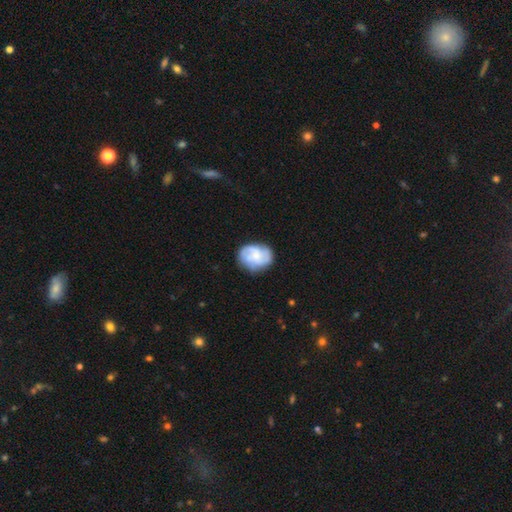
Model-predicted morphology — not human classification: Q: Smooth or featured?
A: featured or disk (56%); runner-up: smooth (37%)
Q: Edge-on disk?
A: no (98%); runner-up: yes (2%)
Q: Bar?
A: no (74%); runner-up: weak (23%)
Q: Spiral arms?
A: yes (82%); runner-up: no (18%)
Q: Bulge size?
A: small (48%); runner-up: moderate (29%)
Q: Merging?
A: none (70%); runner-up: minor disturbance (21%)